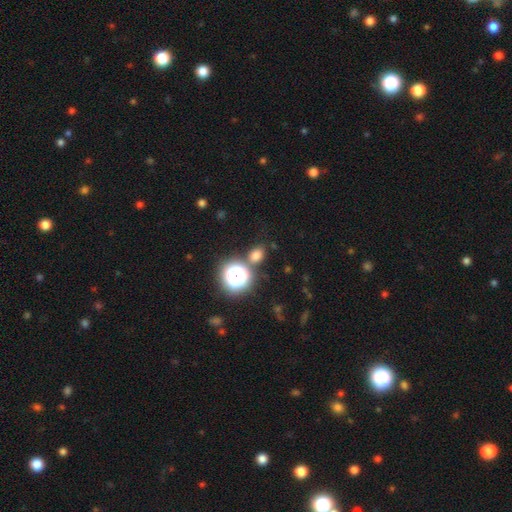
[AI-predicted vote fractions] Smooth or featured? smooth (70%)
How rounded? round (57%)
Merging? none (76%)